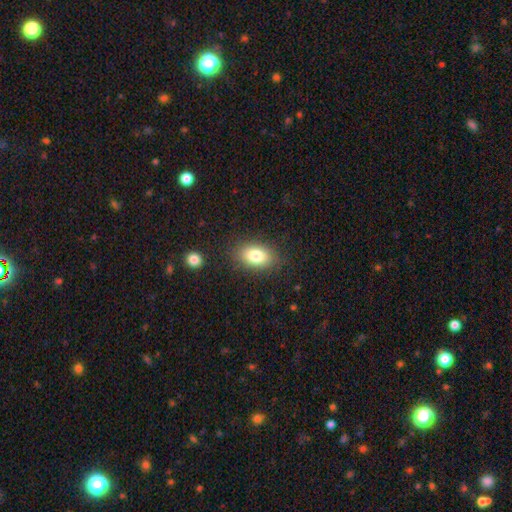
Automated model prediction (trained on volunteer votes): Overall: smooth (80%). How rounded: in between (87%). Merging: none (84%).